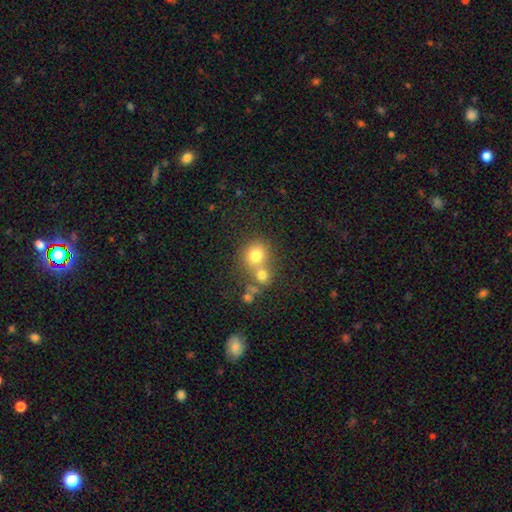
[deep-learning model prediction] Smooth or featured? Predicted: smooth (p=0.75). How rounded? Predicted: round (p=0.84). Merging? Predicted: none (p=0.46).